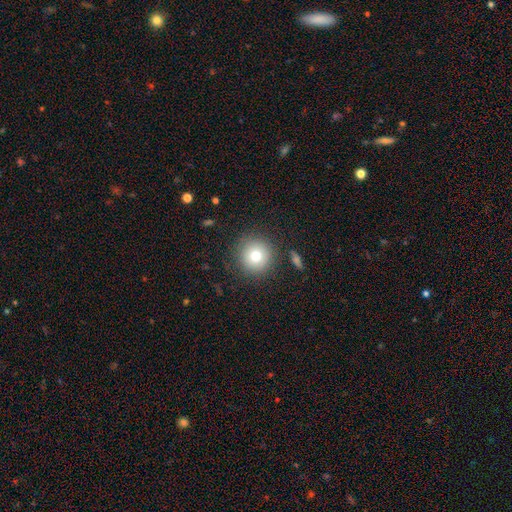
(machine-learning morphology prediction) This is likely a smooth galaxy (76%). How rounded: clearly round (95%). Merging: clearly none (87%).